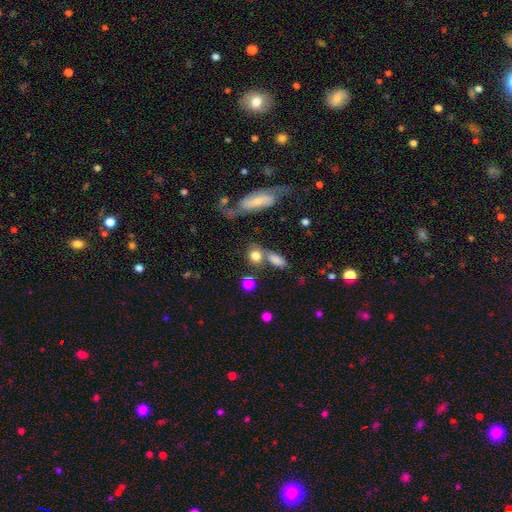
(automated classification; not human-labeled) This appears to be a smooth galaxy with no disk features (78%) that is round (65%). Merging: none (52%).